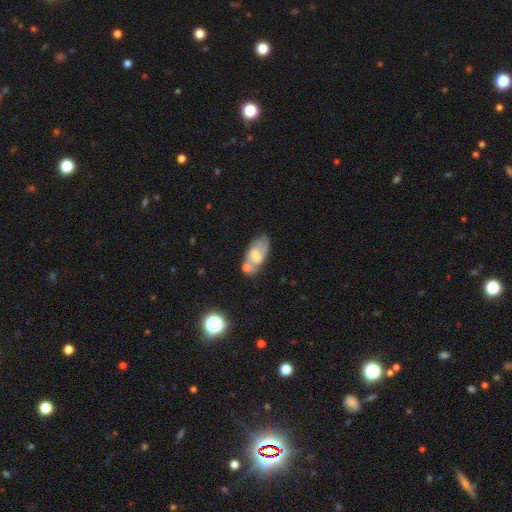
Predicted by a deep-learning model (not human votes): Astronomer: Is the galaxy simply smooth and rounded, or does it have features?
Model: smooth — 51% (runner-up: featured or disk, 41%).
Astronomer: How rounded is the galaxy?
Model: in between — 88%.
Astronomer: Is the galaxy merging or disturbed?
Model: none — 45% (runner-up: merger, 26%).